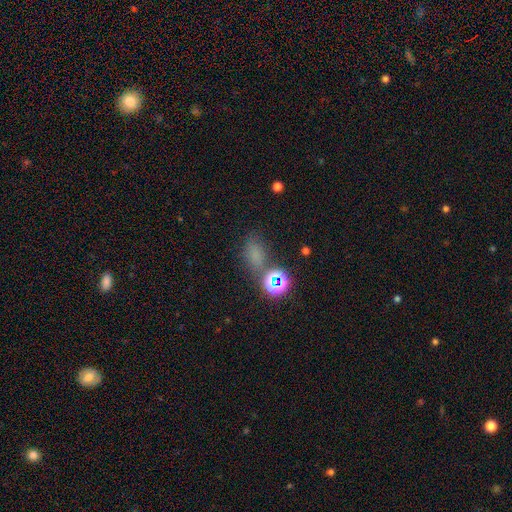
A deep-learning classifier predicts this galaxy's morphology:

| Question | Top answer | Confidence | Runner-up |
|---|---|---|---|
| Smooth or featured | smooth | 59% | star or artifact (32%) |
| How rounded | in between | 69% | round (27%) |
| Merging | none | 63% | minor disturbance (17%) |